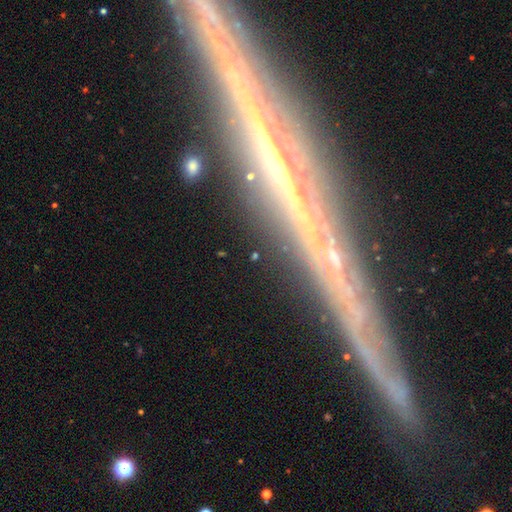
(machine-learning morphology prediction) Smooth or featured? Predicted: featured or disk (p=0.52). Edge-on disk? Predicted: yes (p=0.68). Merging? Predicted: none (p=0.79).